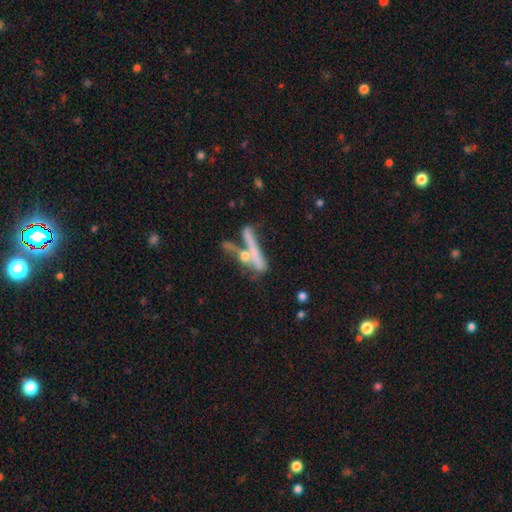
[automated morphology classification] The model was most divided on "merging": merger: 41%, none: 35%, minor disturbance: 12%, major disturbance: 12%. Remaining: smooth or featured — smooth (49%).